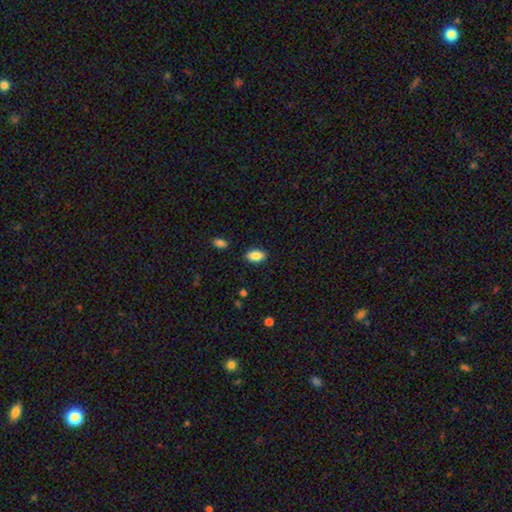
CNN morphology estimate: smooth 86%, star or artifact 8%, featured or disk 7%. Down the decision tree: how rounded — in between (91%); merging — none (87%).